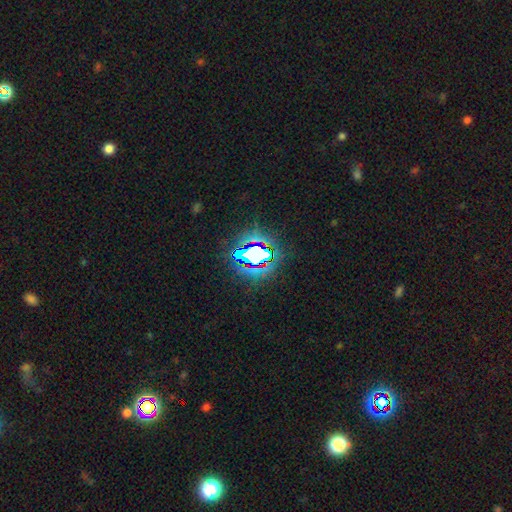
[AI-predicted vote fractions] Smooth or featured? Predicted: star or artifact (p=0.69).